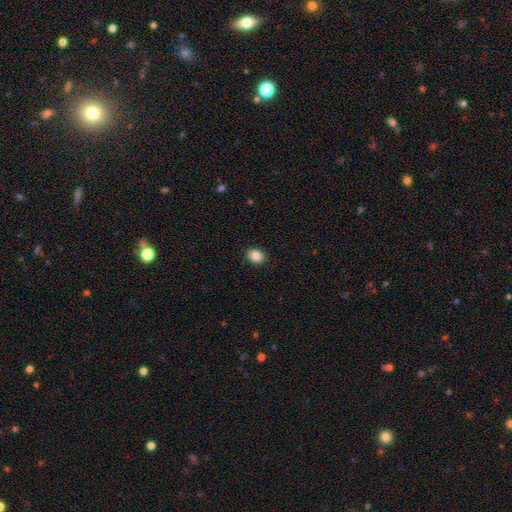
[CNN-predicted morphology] The model was most divided on "how rounded": in between: 52%, round: 48%, cigar-shaped: 1%. More confident: merging — none (90%); smooth or featured — smooth (86%).